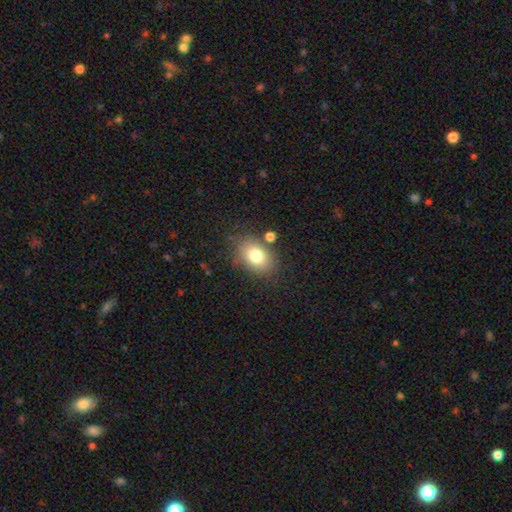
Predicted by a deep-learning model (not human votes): smooth_or_featured: smooth (p=0.79) [alt: featured or disk p=0.11]
how_rounded: in between (p=0.75) [alt: round p=0.24]
merging: none (p=0.77) [alt: minor disturbance p=0.13]